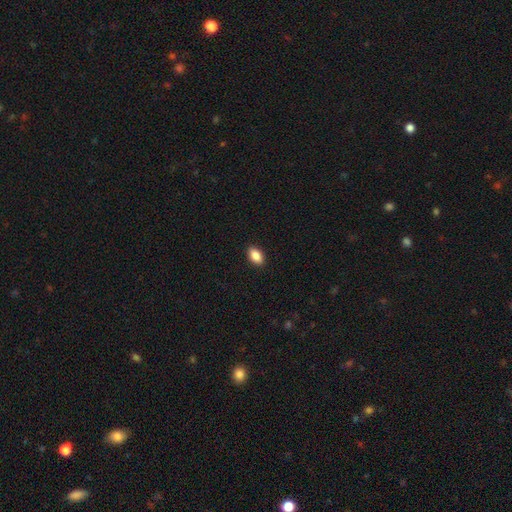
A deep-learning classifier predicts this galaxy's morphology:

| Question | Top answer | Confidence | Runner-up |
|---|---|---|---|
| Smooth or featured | smooth | 89% | star or artifact (7%) |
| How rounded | in between | 92% | round (5%) |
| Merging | none | 91% | minor disturbance (7%) |